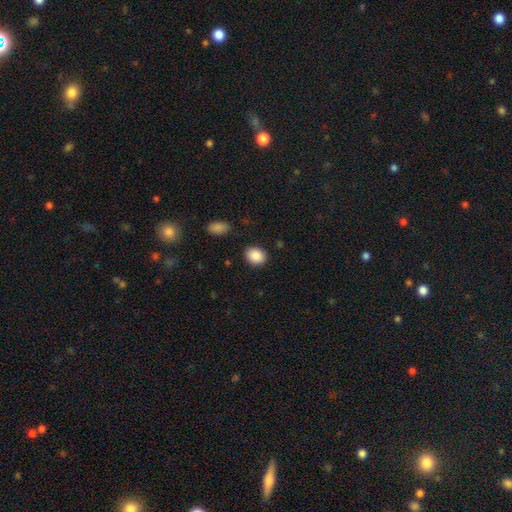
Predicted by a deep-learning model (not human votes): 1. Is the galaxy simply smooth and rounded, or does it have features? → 89% smooth, 8% star or artifact, 4% featured or disk.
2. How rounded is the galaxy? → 53% round, 46% in between, 1% cigar-shaped.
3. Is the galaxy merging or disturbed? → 87% none, 9% minor disturbance, 3% major disturbance, 2% merger.